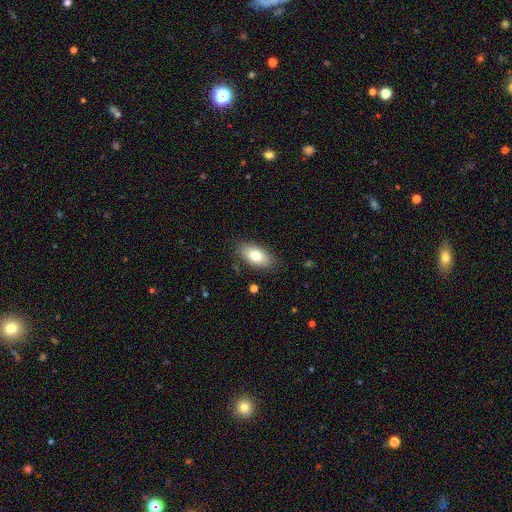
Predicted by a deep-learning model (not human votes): smooth-or-featured: smooth: 78% | featured or disk: 15% | star or artifact: 7%
  how-rounded: in between: 91% | cigar-shaped: 5% | round: 4%
  merging: none: 85% | minor disturbance: 11% | major disturbance: 3% | merger: 1%